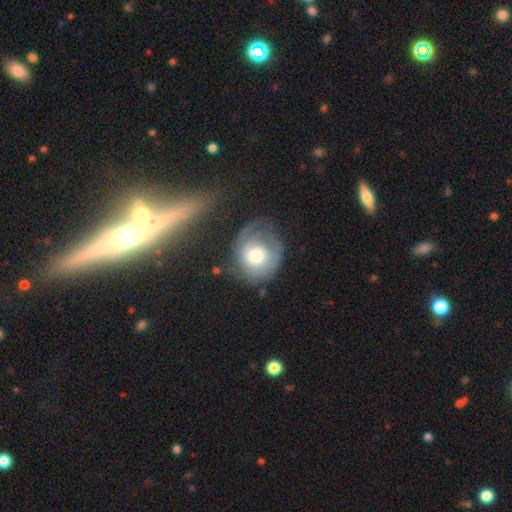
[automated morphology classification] type=featured or disk (50%); merging=none (48%).